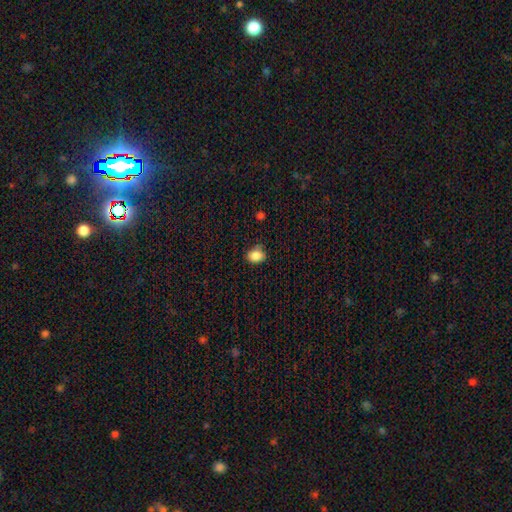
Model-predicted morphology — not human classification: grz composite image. It shows a smooth galaxy with no disk features (87%) that is in between round and cigar-shaped (61%). Merging: none (74%).